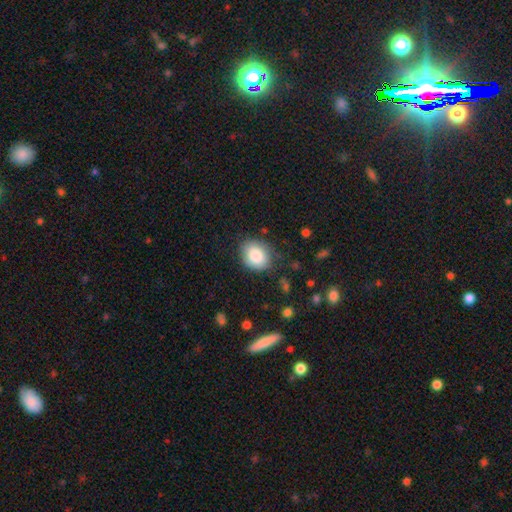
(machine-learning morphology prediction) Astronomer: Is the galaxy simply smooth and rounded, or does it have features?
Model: smooth — 85%.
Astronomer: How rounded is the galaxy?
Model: in between — 56% (runner-up: round, 43%).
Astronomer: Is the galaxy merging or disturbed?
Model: none — 79%.